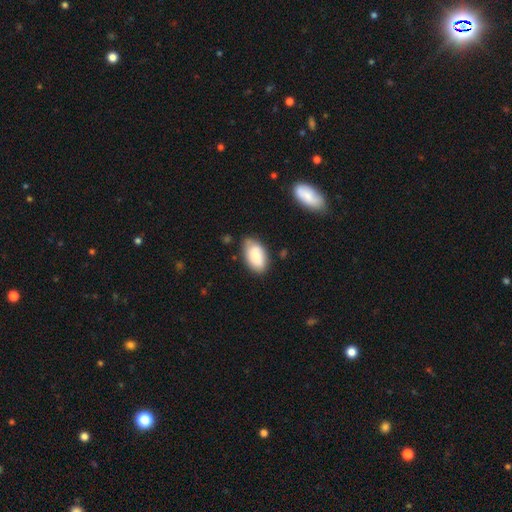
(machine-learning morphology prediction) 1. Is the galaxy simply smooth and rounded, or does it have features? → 82% smooth, 11% featured or disk, 7% star or artifact.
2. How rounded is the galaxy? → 94% in between, 4% round, 2% cigar-shaped.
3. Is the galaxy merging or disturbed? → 71% none, 22% minor disturbance, 4% major disturbance, 3% merger.